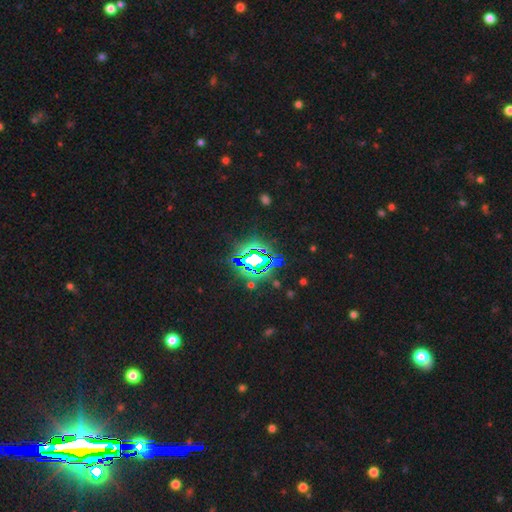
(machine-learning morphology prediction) smooth-or-featured: star or artifact: 81% | smooth: 10% | featured or disk: 8%